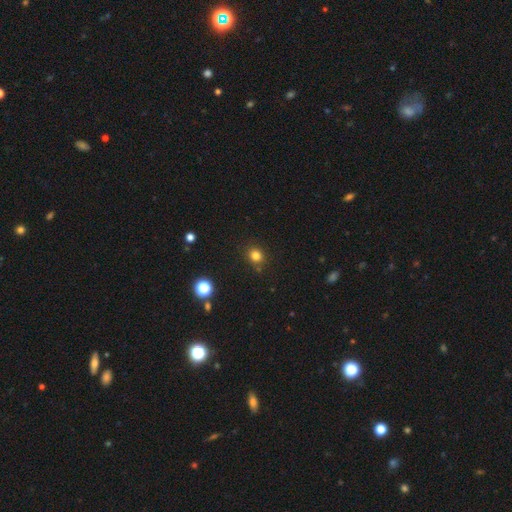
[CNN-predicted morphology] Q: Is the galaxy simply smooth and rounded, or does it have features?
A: smooth — 80%.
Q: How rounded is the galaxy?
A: round — 81%.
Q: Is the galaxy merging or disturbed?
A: none — 85%.